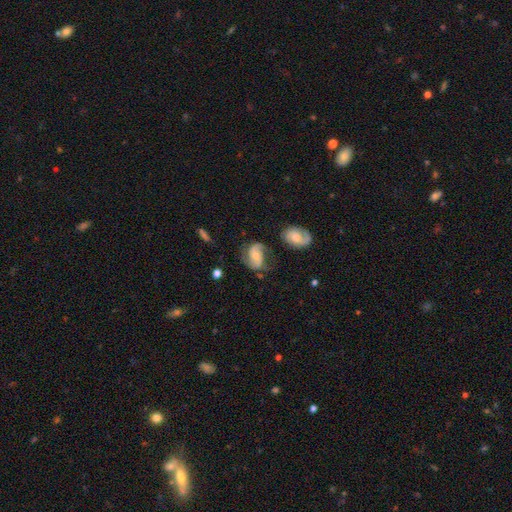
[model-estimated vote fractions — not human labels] This is likely a featured or disk galaxy (74%). It is clearly not viewed edge-on (97%). Bar: possibly no (56%). Spiral arm pattern: clearly yes (94%). Spiral arm count: clearly 2 (87%). Spiral winding: possibly medium (46%). Central bulge: possibly small (45%). Merging: possibly none (58%).